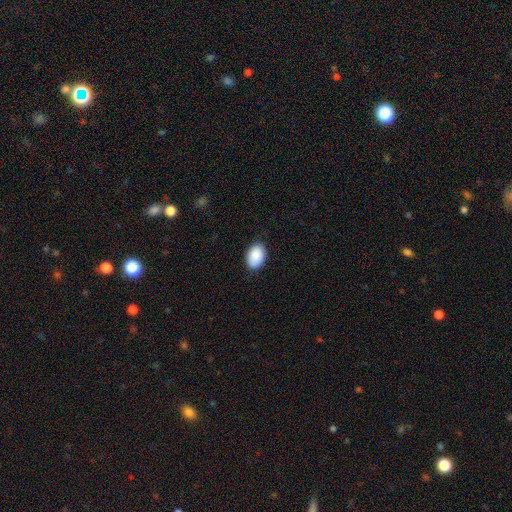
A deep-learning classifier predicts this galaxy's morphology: smooth 90%, star or artifact 6%, featured or disk 4%. Down the decision tree: how rounded — in between (89%); merging — none (86%).